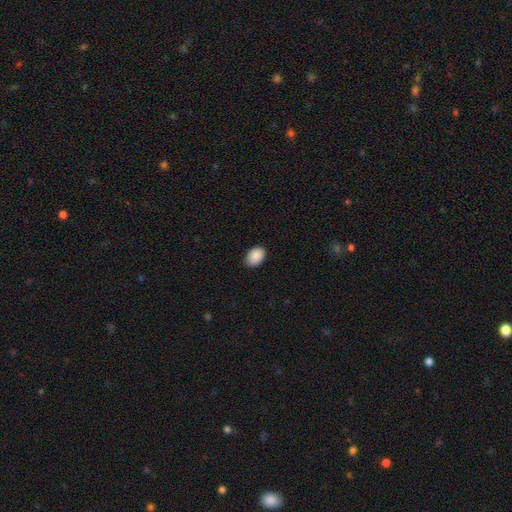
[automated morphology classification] smooth 90%, star or artifact 7%, featured or disk 3%. Down the decision tree: how rounded — in between (84%); merging — none (88%).